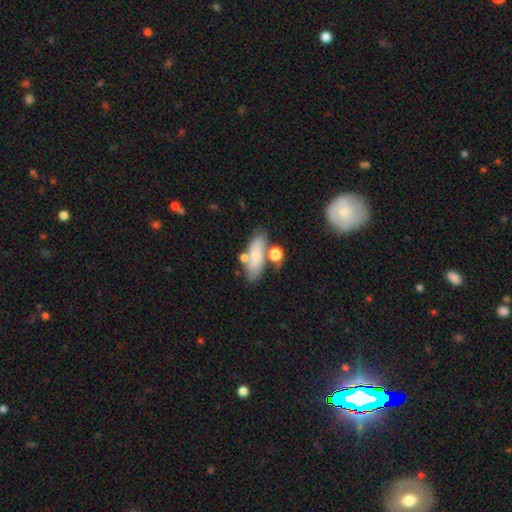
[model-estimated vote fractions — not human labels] This appears to be a smooth galaxy with no disk features (64%) that is in between round and cigar-shaped (69%). Merging: none (51%).